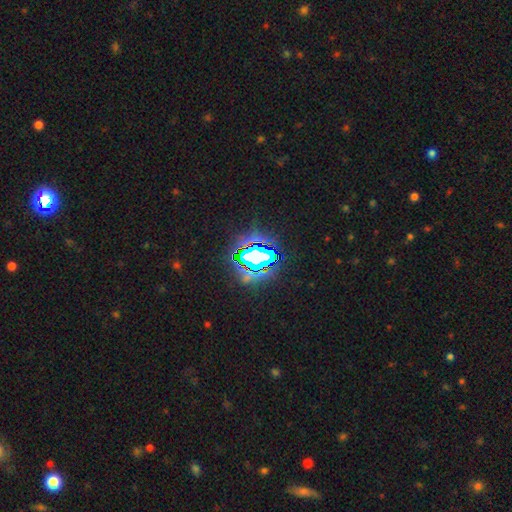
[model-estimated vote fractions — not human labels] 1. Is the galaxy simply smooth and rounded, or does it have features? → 71% star or artifact, 14% featured or disk, 14% smooth.